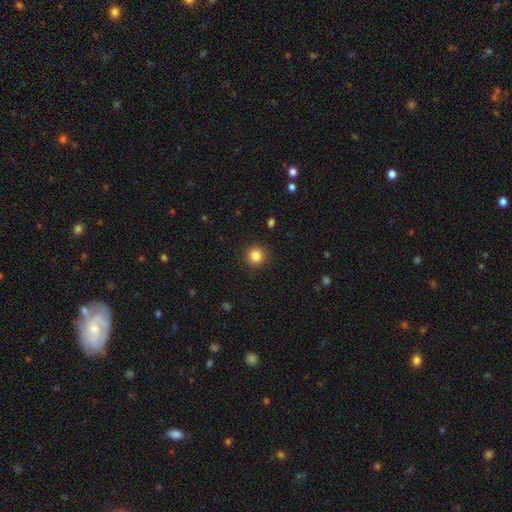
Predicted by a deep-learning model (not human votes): This appears to be a smooth galaxy with no disk features (84%) that is round (94%). Merging: none (92%).